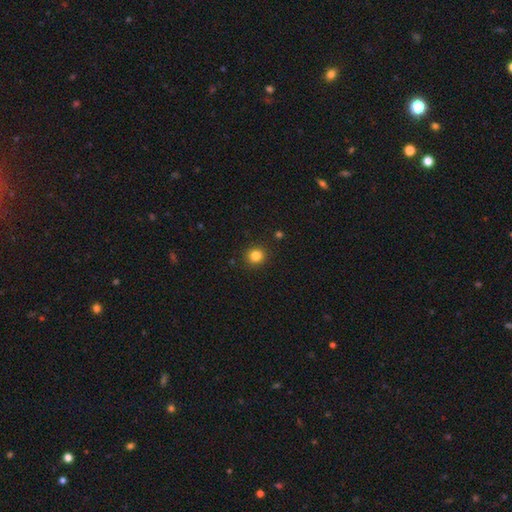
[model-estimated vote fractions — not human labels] This appears to be a smooth galaxy with no disk features (83%) that is round (89%). Merging: none (91%).